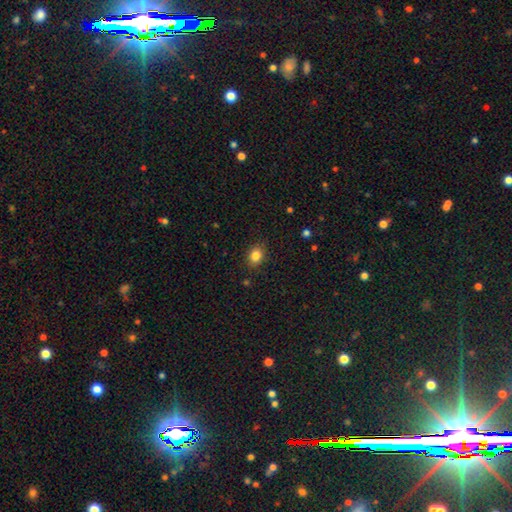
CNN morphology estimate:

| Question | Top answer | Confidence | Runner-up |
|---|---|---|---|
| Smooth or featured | smooth | 84% | star or artifact (10%) |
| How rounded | in between | 63% | round (36%) |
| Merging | none | 87% | minor disturbance (10%) |